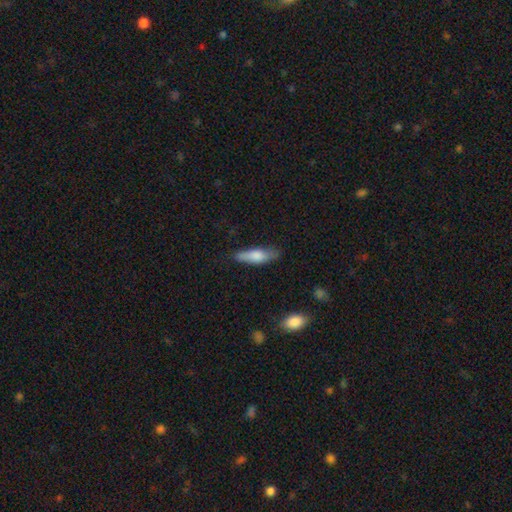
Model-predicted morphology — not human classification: Overall: smooth (74%). How rounded: cigar-shaped (56%; in between 42%). Merging: none (73%).